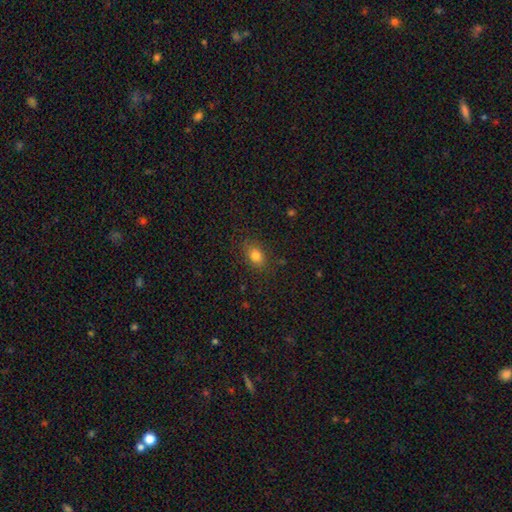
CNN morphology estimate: Overall: smooth (80%). How rounded: in between (71%). Merging: none (83%).